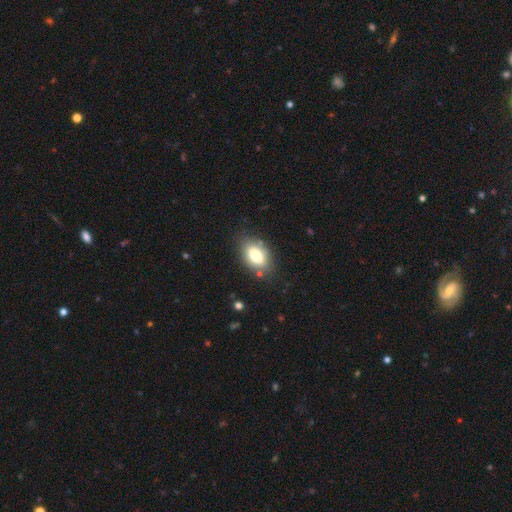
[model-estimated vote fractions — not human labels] smooth-or-featured: smooth: 76% | featured or disk: 15% | star or artifact: 9%
  how-rounded: in between: 88% | round: 10% | cigar-shaped: 3%
  merging: none: 80% | minor disturbance: 13% | major disturbance: 4% | merger: 3%